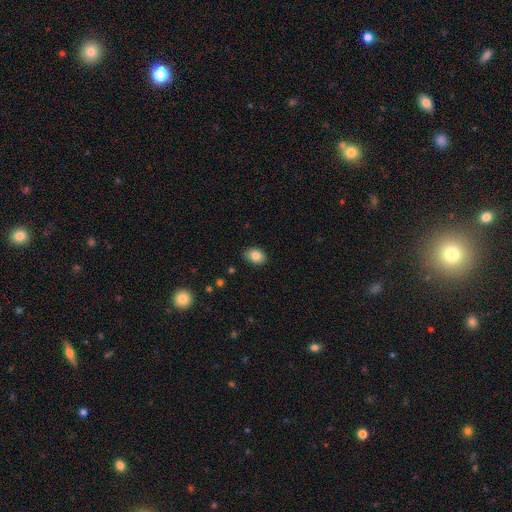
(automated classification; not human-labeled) smooth-or-featured: smooth: 84% | star or artifact: 9% | featured or disk: 8%
  how-rounded: in between: 73% | round: 25% | cigar-shaped: 1%
  merging: none: 85% | minor disturbance: 12% | major disturbance: 2% | merger: 1%